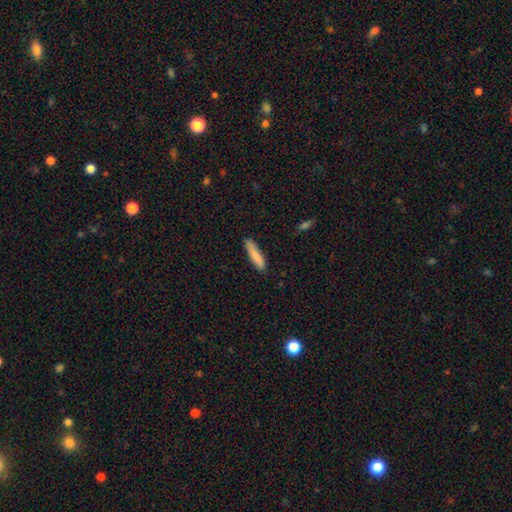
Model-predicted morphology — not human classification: smooth-or-featured: smooth: 86% | featured or disk: 8% | star or artifact: 6%
  how-rounded: cigar-shaped: 82% | in between: 17% | round: 1%
  merging: none: 83% | minor disturbance: 13% | major disturbance: 2% | merger: 1%